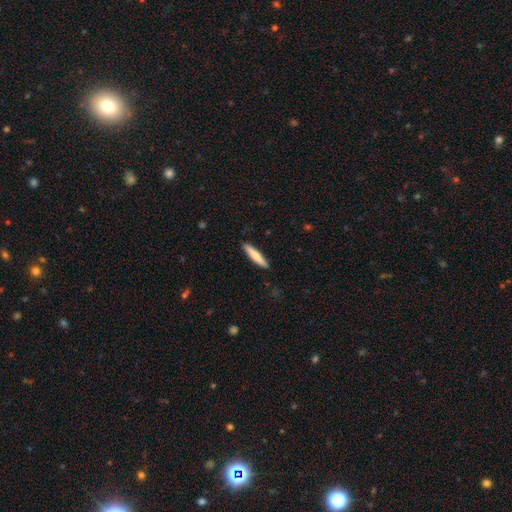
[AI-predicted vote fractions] Q: Smooth or featured?
A: smooth (70%); runner-up: featured or disk (24%)
Q: How rounded?
A: cigar-shaped (88%); runner-up: in between (11%)
Q: Merging?
A: none (90%); runner-up: minor disturbance (8%)